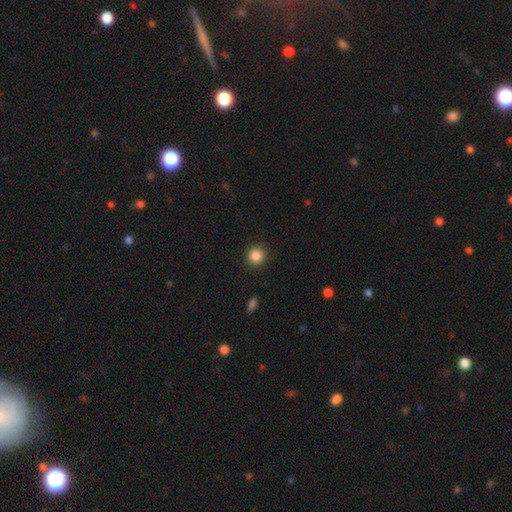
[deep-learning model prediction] smooth 86%, star or artifact 10%, featured or disk 4%. Down the decision tree: how rounded — round (93%); merging — none (91%).